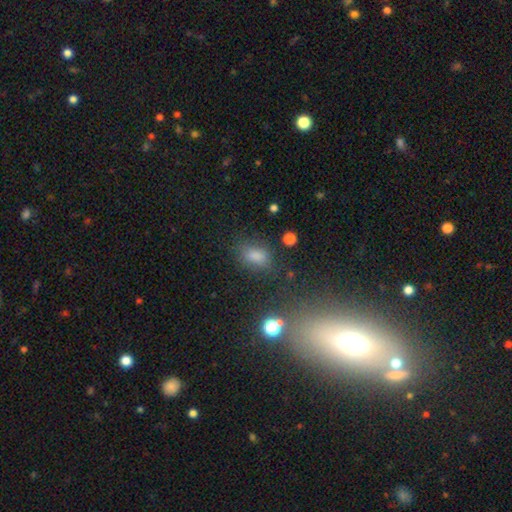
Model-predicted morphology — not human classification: Smooth or featured? Predicted: smooth (p=0.74). How rounded? Predicted: in between (p=0.80). Merging? Predicted: none (p=0.72).